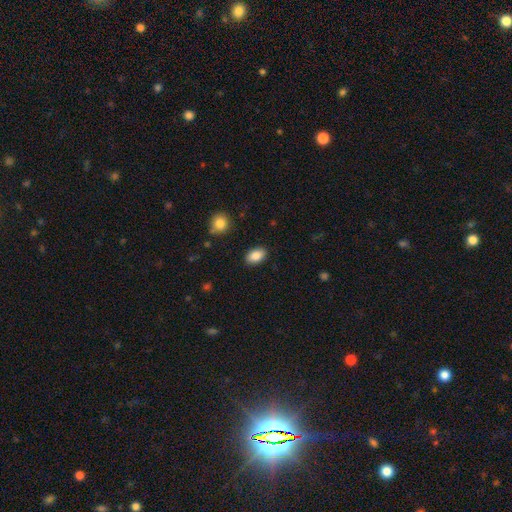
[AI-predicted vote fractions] smooth 86%, star or artifact 8%, featured or disk 6%. Down the decision tree: how rounded — in between (88%); merging — none (89%).